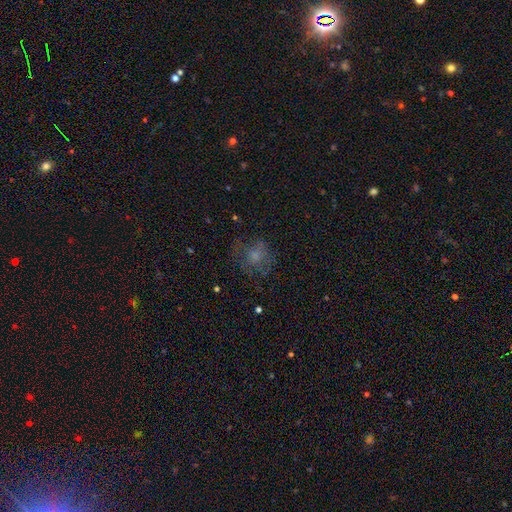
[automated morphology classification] type=smooth (57%); roundness=round (74%); merging=none (59%).